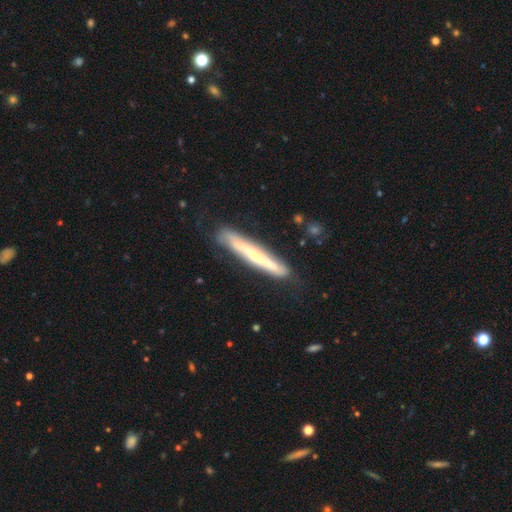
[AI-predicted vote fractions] A featured or disk galaxy (59%) viewed edge-on (86%) with no central bulge (49%). Merging: none (80%).